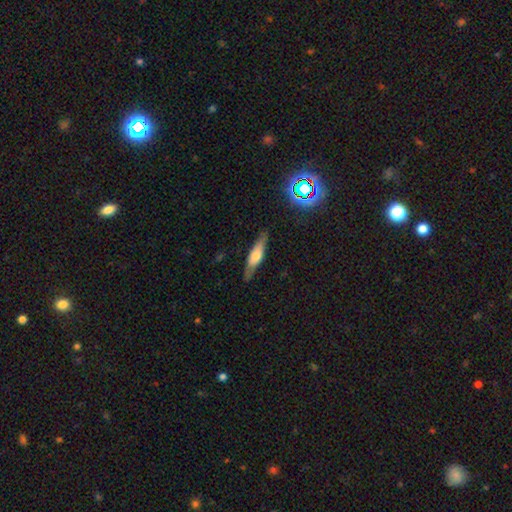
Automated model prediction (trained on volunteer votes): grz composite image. It shows a featured or disk galaxy (47%). Merging: none (84%).